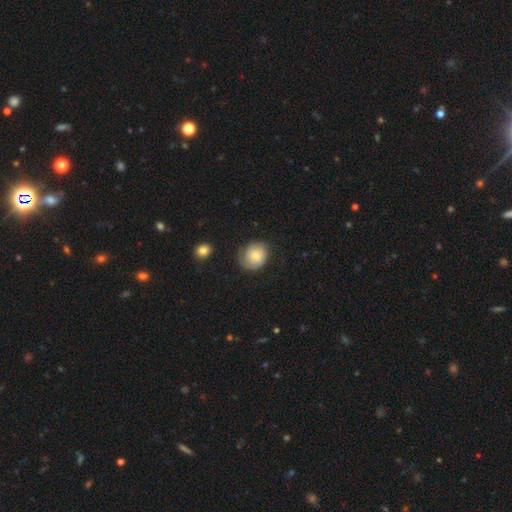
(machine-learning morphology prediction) This appears to be a featured or disk galaxy (46%, tied with smooth). Merging: none (65%).